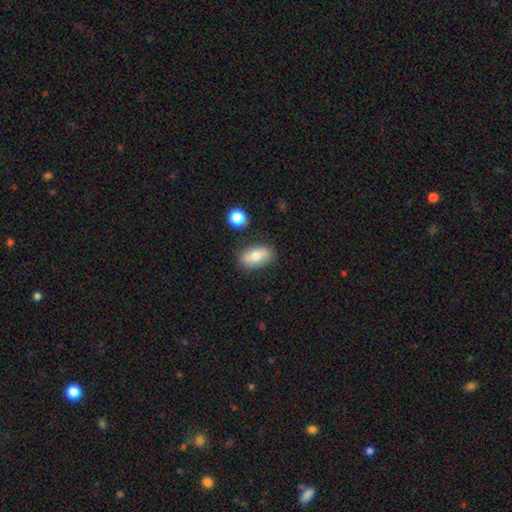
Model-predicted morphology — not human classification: smooth 71%, featured or disk 21%, star or artifact 8%. Down the decision tree: how rounded — in between (88%); merging — none (80%).